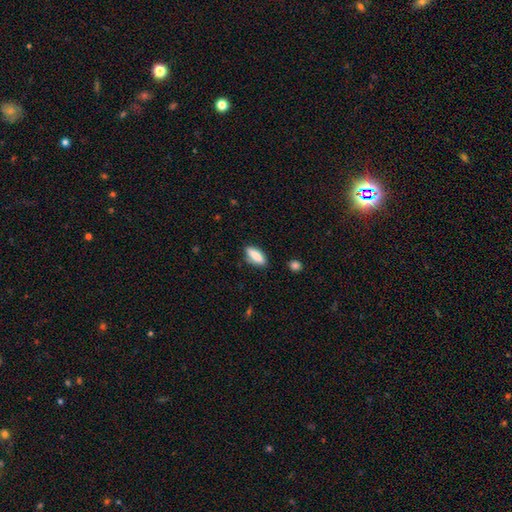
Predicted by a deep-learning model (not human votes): This appears to be a smooth galaxy with no disk features (83%) that is in between round and cigar-shaped (71%). Merging: none (81%).